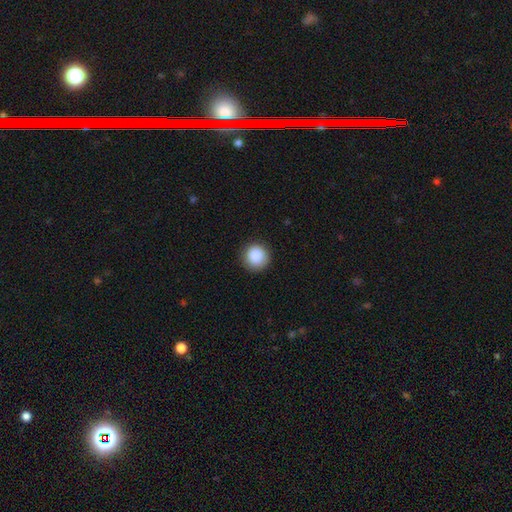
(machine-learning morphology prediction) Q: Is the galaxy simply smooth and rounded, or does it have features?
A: smooth — 88%.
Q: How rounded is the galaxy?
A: round — 94%.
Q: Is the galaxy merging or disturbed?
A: none — 88%.